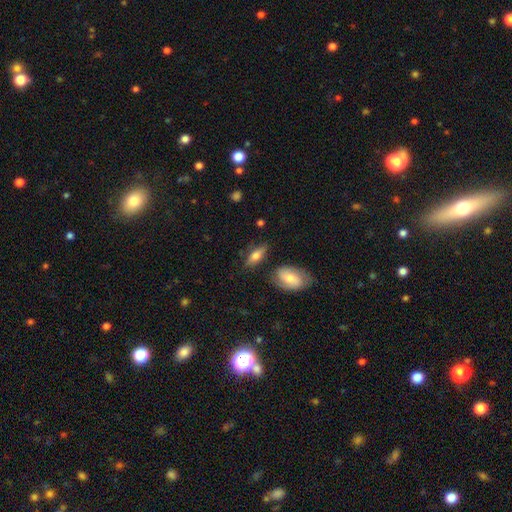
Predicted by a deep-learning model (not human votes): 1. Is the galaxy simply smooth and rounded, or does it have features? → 58% smooth, 35% featured or disk, 7% star or artifact.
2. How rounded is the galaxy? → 69% in between, 27% cigar-shaped, 5% round.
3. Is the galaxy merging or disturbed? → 73% none, 17% minor disturbance, 5% merger, 5% major disturbance.